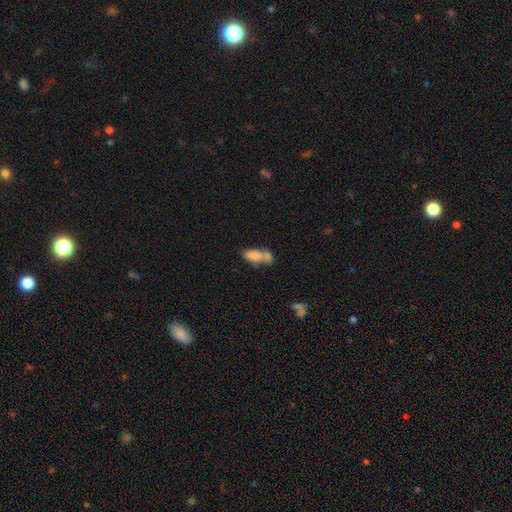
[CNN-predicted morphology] This is likely a smooth galaxy (76%). How rounded: clearly in between (82%). Merging: possibly merger (52%).